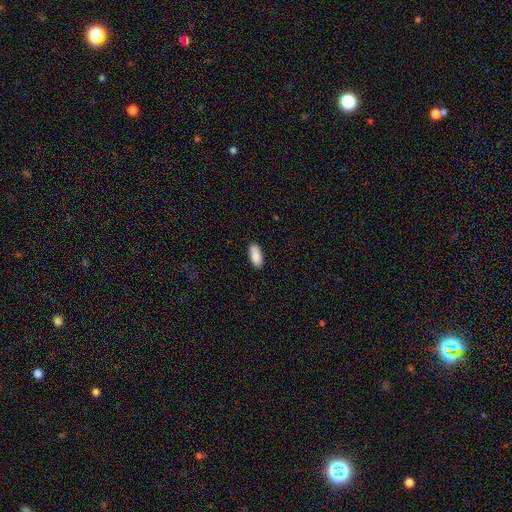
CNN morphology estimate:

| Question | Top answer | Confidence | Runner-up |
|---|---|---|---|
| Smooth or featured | smooth | 90% | star or artifact (6%) |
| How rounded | in between | 84% | cigar-shaped (14%) |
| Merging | none | 90% | minor disturbance (8%) |